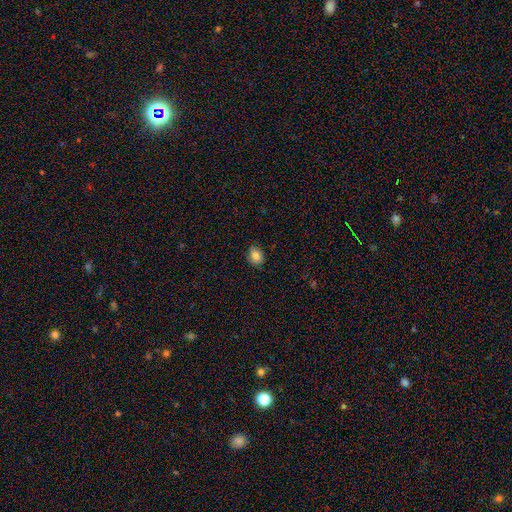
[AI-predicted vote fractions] Overall: smooth (83%). How rounded: in between (50%; round 49%). Merging: none (81%).